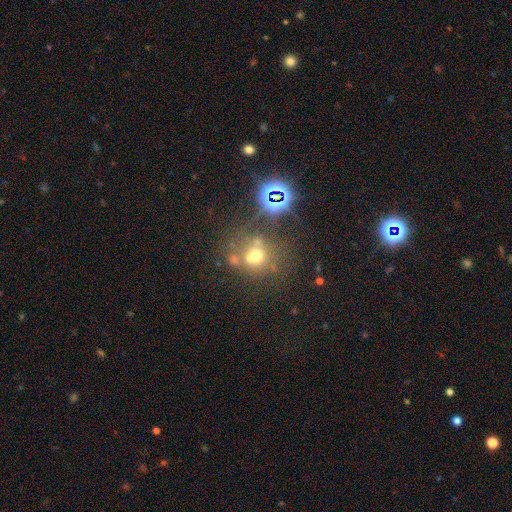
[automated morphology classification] This appears to be a smooth galaxy with no disk features (52%) that is round (83%). Merging: none (52%).